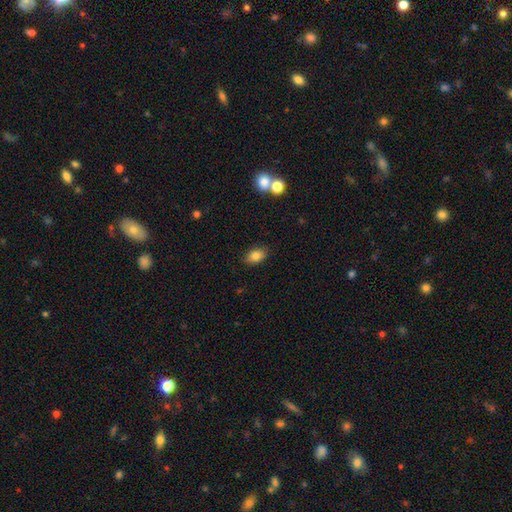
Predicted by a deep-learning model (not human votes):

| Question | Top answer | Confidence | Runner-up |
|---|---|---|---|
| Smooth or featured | smooth | 83% | star or artifact (9%) |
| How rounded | in between | 86% | round (12%) |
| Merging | none | 86% | minor disturbance (9%) |